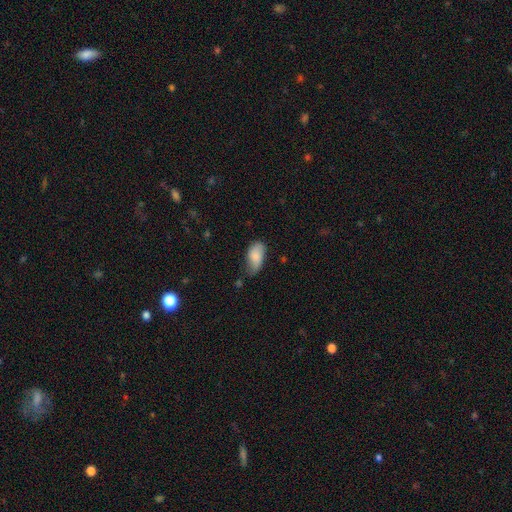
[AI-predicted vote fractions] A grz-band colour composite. It shows a smooth galaxy with no disk features (83%) that is in between round and cigar-shaped (93%). Merging: none (48%).